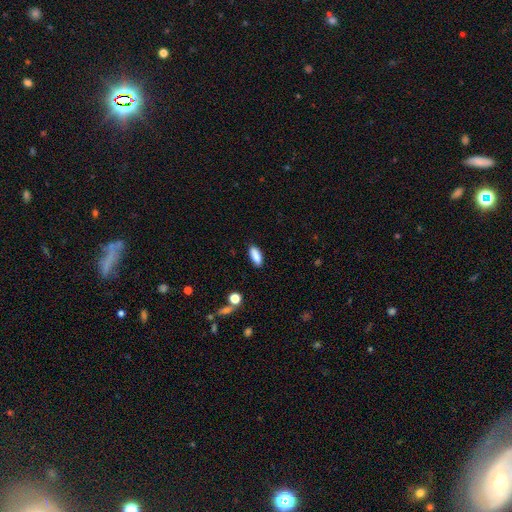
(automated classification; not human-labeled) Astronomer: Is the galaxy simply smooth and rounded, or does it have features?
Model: smooth — 88%.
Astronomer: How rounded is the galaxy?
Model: in between — 78%.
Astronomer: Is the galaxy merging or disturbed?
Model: none — 86%.